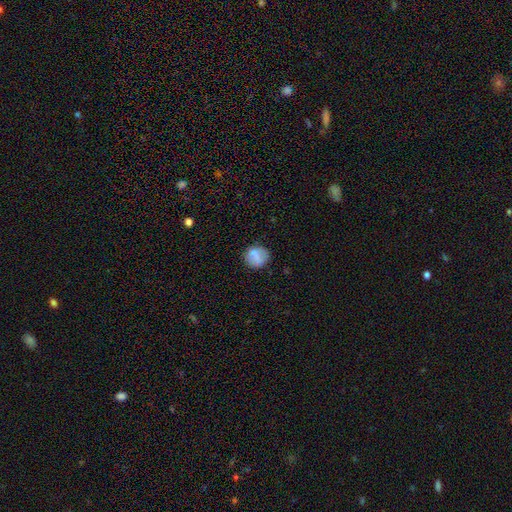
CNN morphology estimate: This is likely a smooth galaxy (73%). How rounded: clearly round (83%). Merging: likely none (77%).